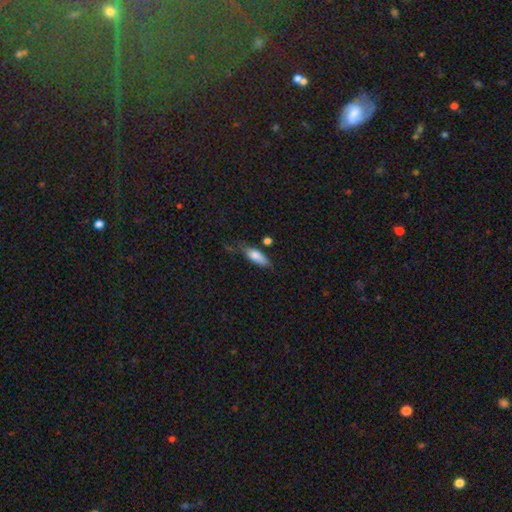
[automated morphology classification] smooth 79%, featured or disk 14%, star or artifact 7%. Down the decision tree: how rounded — in between (70%); merging — none (49%).